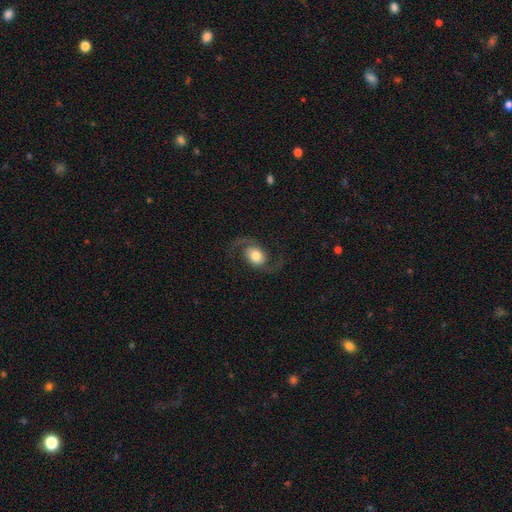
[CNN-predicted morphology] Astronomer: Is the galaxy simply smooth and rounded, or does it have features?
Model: featured or disk — 79%.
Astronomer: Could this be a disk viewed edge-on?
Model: no — 97%.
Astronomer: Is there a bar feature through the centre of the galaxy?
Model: no — 67%.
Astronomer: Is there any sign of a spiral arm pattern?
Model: yes — 96%.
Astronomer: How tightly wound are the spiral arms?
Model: loose — 63%.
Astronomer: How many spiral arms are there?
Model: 2 — 94%.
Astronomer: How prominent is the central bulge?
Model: moderate — 46% (runner-up: large, 37%).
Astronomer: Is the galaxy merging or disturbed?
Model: none — 75%.